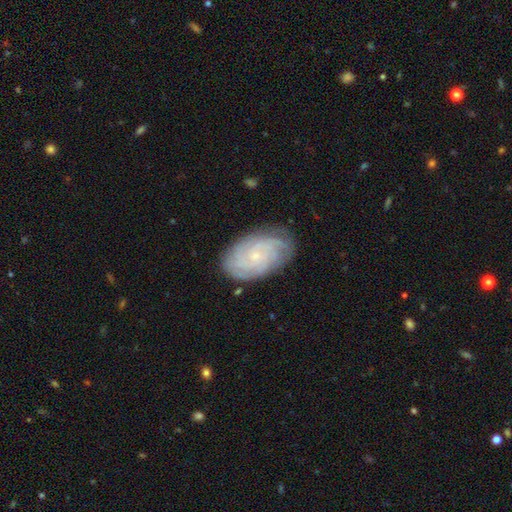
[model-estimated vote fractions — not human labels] smooth_or_featured: featured or disk (p=0.76) [alt: smooth p=0.17]
disk_edge_on: no (p=0.96) [alt: yes p=0.04]
bar: no (p=0.77) [alt: weak p=0.20]
has_spiral_arms: yes (p=0.95) [alt: no p=0.05]
spiral_winding: tight (p=0.72) [alt: medium p=0.23]
spiral_arm_count: can't tell (p=0.37) [alt: 4 p=0.22]
bulge_size: small (p=0.81) [alt: moderate p=0.13]
merging: none (p=0.81) [alt: minor disturbance p=0.15]